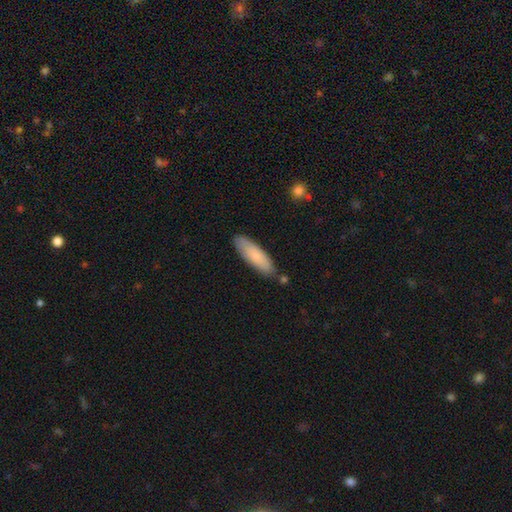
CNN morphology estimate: This is likely a smooth galaxy (78%). How rounded: possibly cigar-shaped (53%). Merging: likely none (80%).